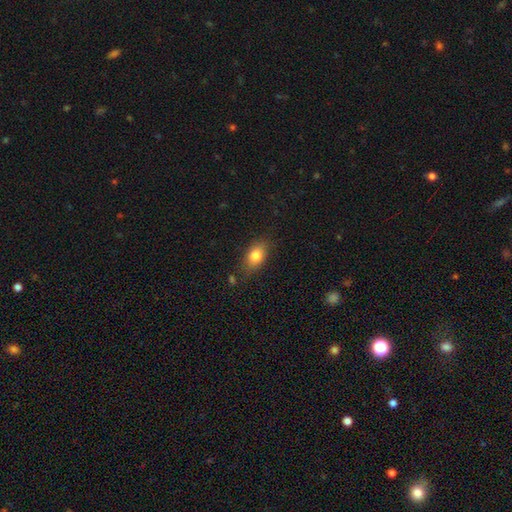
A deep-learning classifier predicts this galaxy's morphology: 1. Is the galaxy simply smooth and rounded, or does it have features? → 80% smooth, 11% featured or disk, 9% star or artifact.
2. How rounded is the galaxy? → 80% in between, 17% round, 4% cigar-shaped.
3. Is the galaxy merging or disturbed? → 75% none, 18% minor disturbance, 4% major disturbance, 3% merger.